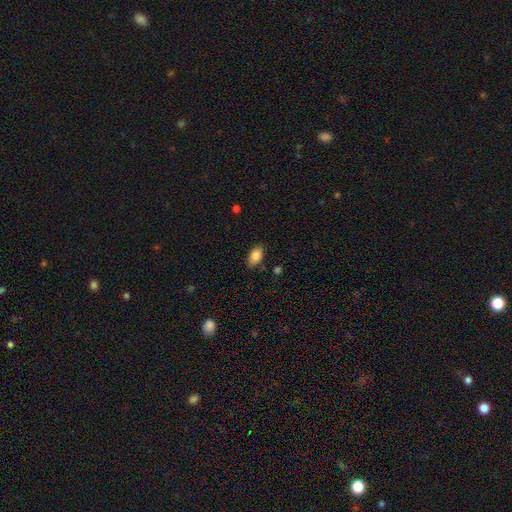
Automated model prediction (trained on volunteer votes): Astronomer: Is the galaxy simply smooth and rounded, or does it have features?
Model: smooth — 84%.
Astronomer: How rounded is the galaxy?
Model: in between — 91%.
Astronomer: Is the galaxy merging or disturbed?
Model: none — 83%.